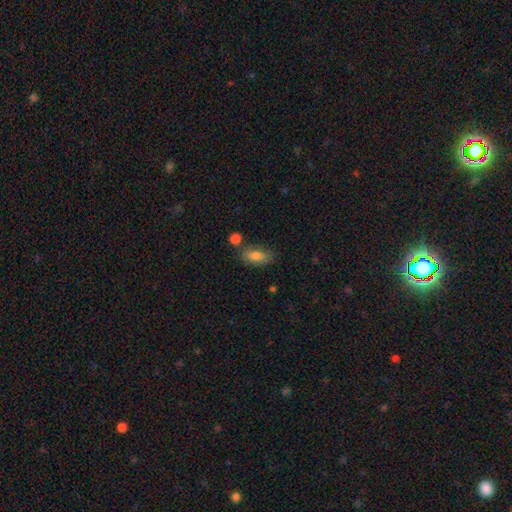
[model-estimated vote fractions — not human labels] Morphology: type=smooth (81%); roundness=in between (85%); merging=none (65%).